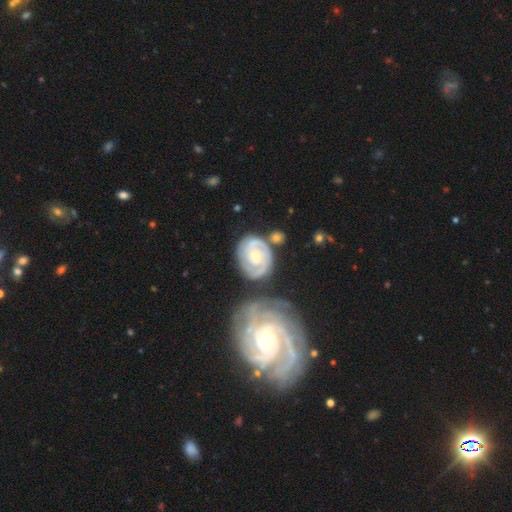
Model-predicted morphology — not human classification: Smooth or featured? featured or disk (85%)
Edge-on disk? no (98%)
Bar? no (66%)
Spiral arms? yes (97%)
Spiral winding? tight (73%)
Spiral arm count? 2 (60%)
Bulge size? small (53%)
Merging? none (62%)